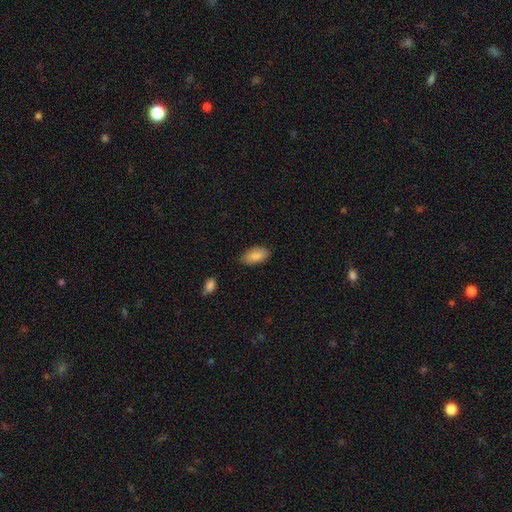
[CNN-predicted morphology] type=smooth (86%); roundness=in between (93%); merging=none (82%).